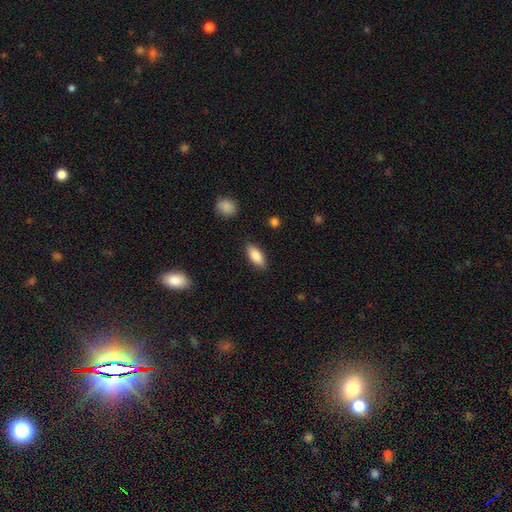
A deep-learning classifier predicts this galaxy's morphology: Smooth or featured?
  - smooth: 84% *
  - featured or disk: 9%
  - star or artifact: 7%
How rounded?
  - in between: 82% *
  - cigar-shaped: 15%
  - round: 2%
Merging?
  - none: 86% *
  - minor disturbance: 10%
  - major disturbance: 2%
  - merger: 1%